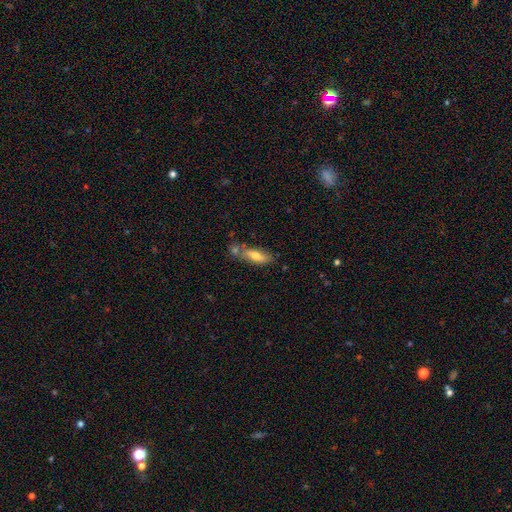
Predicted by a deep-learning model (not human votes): This is likely a smooth galaxy (64%). How rounded: possibly in between (54%). Merging: likely none (61%).